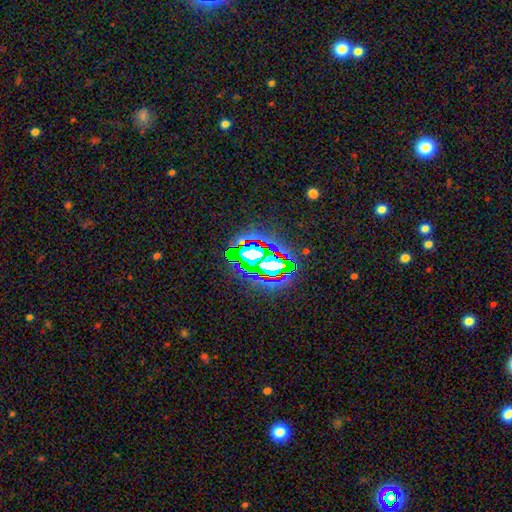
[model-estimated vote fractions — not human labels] Smooth or featured? star or artifact (74%)